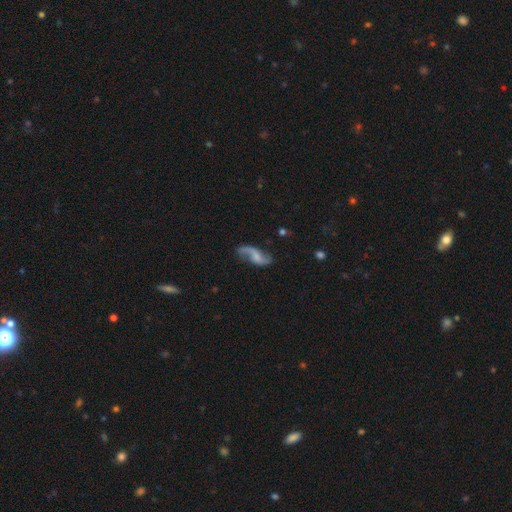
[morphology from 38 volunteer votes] Overall: featured or disk (82%). Edge-on disk: no (94%). Bar: no (62%). Spiral arms: yes (97%). Spiral arm count: 2 (96%). Spiral winding: loose (79%). Bulge size: small (48%; none 31%). Merging: none (68%).